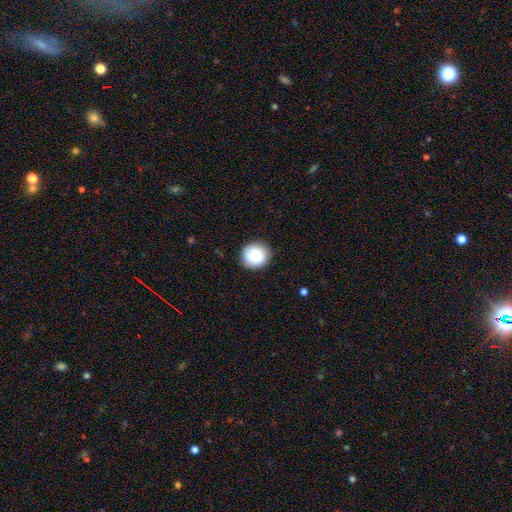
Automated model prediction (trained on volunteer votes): smooth 83%, featured or disk 9%, star or artifact 8%. Down the decision tree: how rounded — round (88%); merging — none (87%).